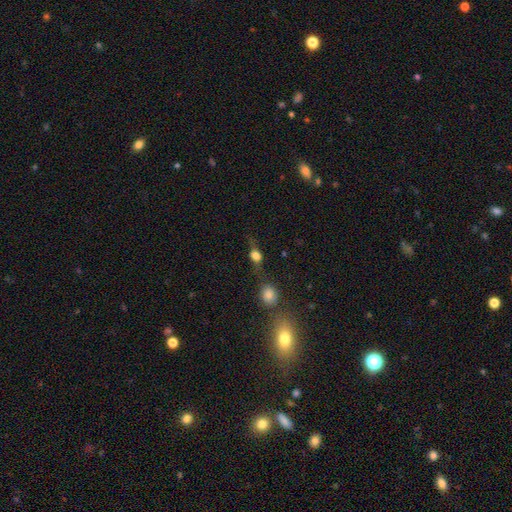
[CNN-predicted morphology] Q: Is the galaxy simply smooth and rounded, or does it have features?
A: smooth — 54%.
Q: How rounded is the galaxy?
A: in between — 50%.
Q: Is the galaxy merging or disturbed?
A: none — 58%.